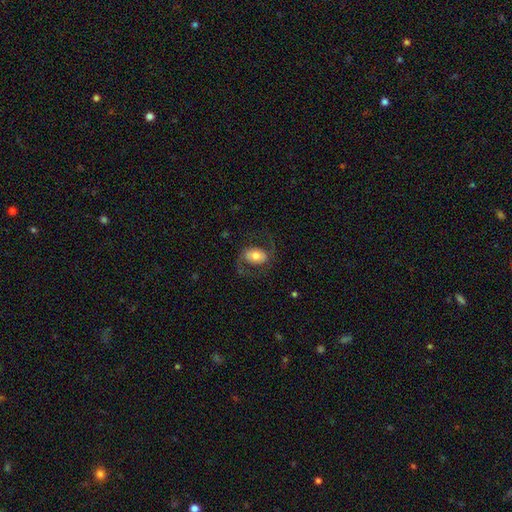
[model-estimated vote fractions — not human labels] This appears to be a featured or disk galaxy (54%) with no bar (46%), spiral arms (79%) and a moderate central bulge (55%). Merging: none (68%).